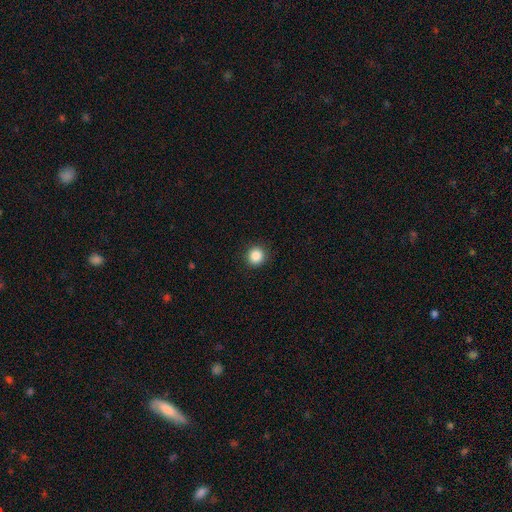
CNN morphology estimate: The model was most divided on "smooth or featured": smooth: 87%, star or artifact: 10%, featured or disk: 3%. More confident: how rounded — round (93%); merging — none (92%).